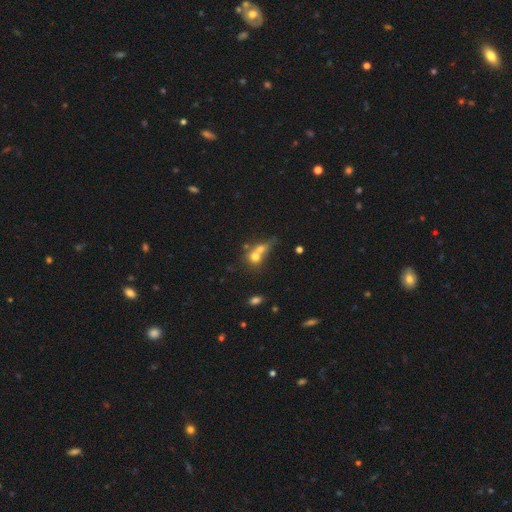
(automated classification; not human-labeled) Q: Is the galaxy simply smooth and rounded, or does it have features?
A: smooth — 61%.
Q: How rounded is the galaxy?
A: round — 69%.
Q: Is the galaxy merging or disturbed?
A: merger — 63%.